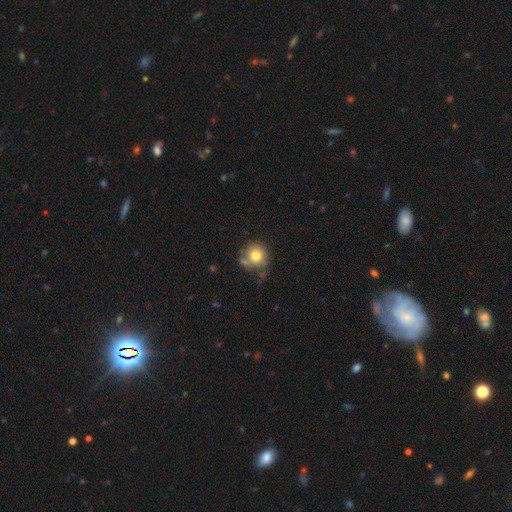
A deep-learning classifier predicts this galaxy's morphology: This is likely a smooth galaxy (77%). How rounded: clearly round (87%). Merging: possibly none (59%).